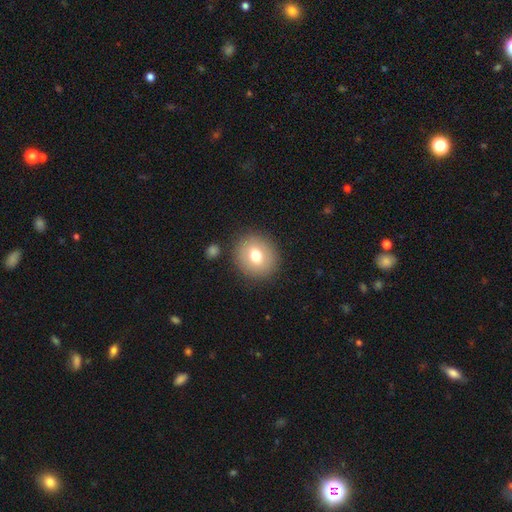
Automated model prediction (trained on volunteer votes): Smooth or featured: smooth — 72% (featured or disk — 19%)
How rounded: round — 79% (in between — 20%)
Merging: none — 86% (minor disturbance — 8%)